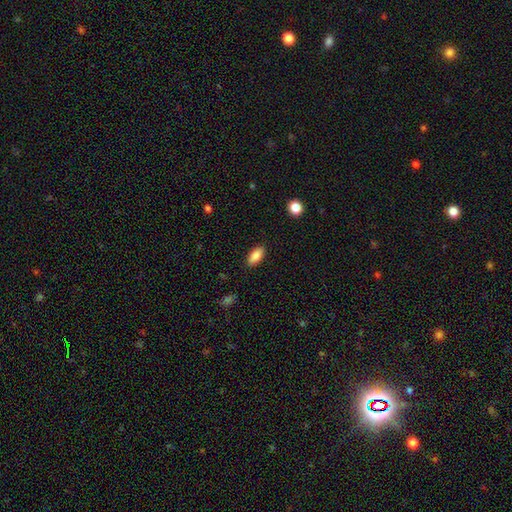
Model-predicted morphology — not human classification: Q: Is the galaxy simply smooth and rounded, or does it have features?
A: smooth — 88%.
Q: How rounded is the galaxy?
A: in between — 91%.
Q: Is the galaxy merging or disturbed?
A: none — 88%.